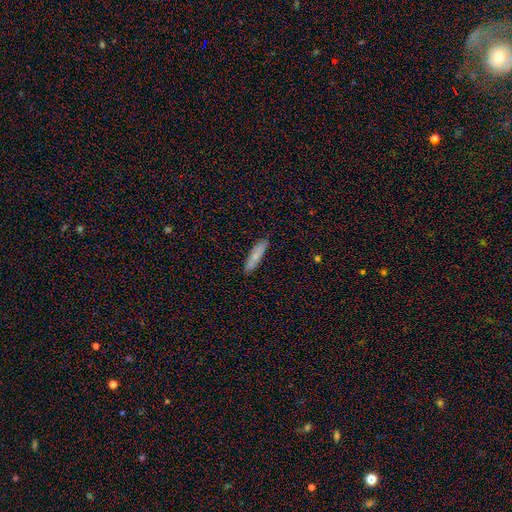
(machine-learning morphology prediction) Smooth or featured? Predicted: smooth (p=0.72). How rounded? Predicted: cigar-shaped (p=0.72). Merging? Predicted: none (p=0.85).